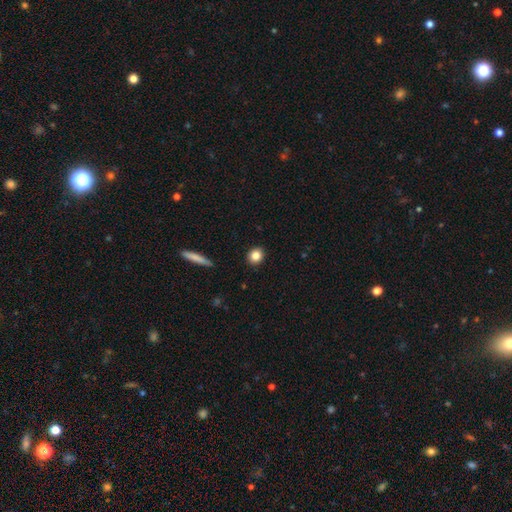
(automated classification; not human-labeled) This appears to be a smooth galaxy with no disk features (84%) that is round (80%). Merging: none (91%).